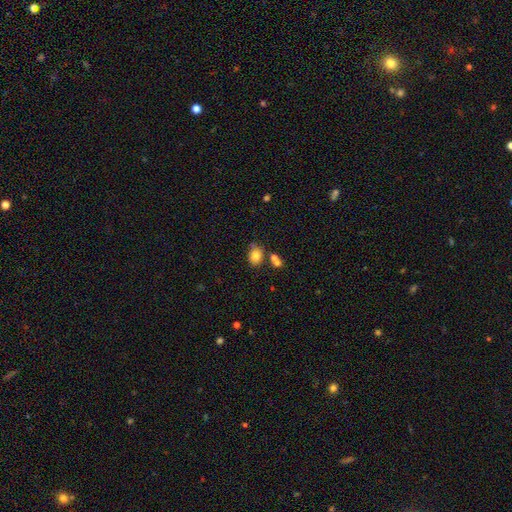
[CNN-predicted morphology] Smooth or featured: smooth — 81% (star or artifact — 10%)
How rounded: in between — 62% (round — 37%)
Merging: none — 61% (minor disturbance — 17%)